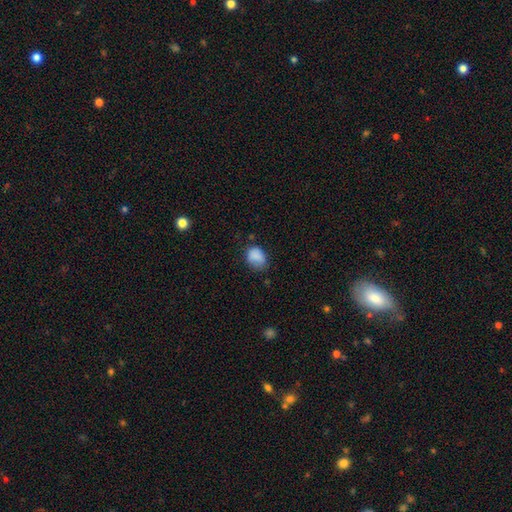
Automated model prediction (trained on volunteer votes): Smooth or featured: smooth — 84% (star or artifact — 9%)
How rounded: in between — 62% (round — 37%)
Merging: none — 58% (minor disturbance — 31%)